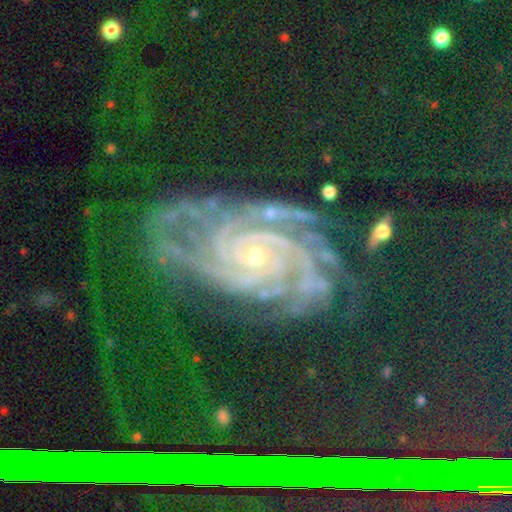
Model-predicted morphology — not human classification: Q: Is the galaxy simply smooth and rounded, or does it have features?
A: featured or disk — 56%.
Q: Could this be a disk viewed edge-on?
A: no — 95%.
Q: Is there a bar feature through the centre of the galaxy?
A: no — 70%.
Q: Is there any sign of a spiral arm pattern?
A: yes — 96%.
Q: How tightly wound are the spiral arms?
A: tight — 69%.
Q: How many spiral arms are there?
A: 2 — 21%.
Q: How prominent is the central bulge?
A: small — 71%.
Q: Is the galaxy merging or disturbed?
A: none — 72%.